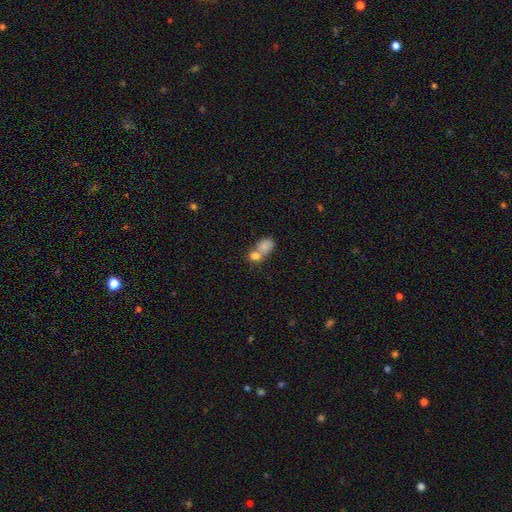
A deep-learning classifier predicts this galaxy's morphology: This appears to be a smooth galaxy with no disk features (79%) that is in between round and cigar-shaped (54%). Merging: merger (64%).